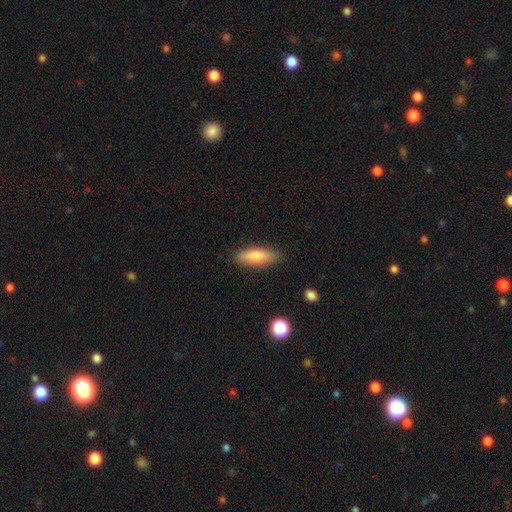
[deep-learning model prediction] Smooth or featured: smooth — 76% (featured or disk — 17%)
How rounded: in between — 53% (cigar-shaped — 45%)
Merging: none — 86% (minor disturbance — 11%)